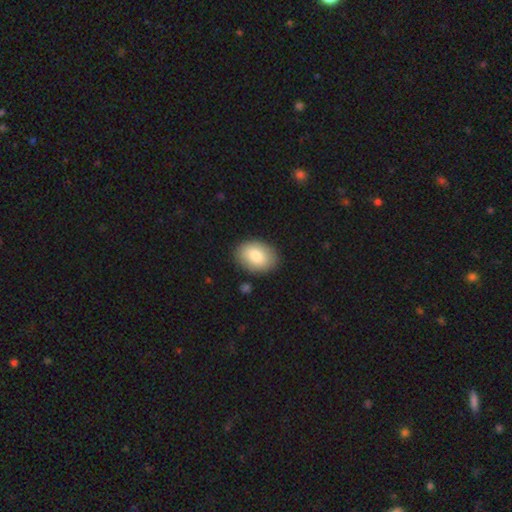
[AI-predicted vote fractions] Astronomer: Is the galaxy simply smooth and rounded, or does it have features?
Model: smooth — 82%.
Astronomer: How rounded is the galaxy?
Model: in between — 76%.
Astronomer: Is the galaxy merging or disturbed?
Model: none — 87%.